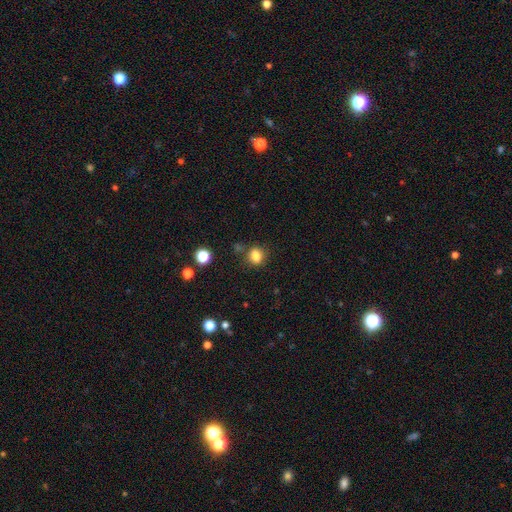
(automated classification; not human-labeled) smooth_or_featured: smooth (p=0.83) [alt: star or artifact p=0.12]
how_rounded: round (p=0.59) [alt: in between p=0.40]
merging: none (p=0.76) [alt: minor disturbance p=0.13]